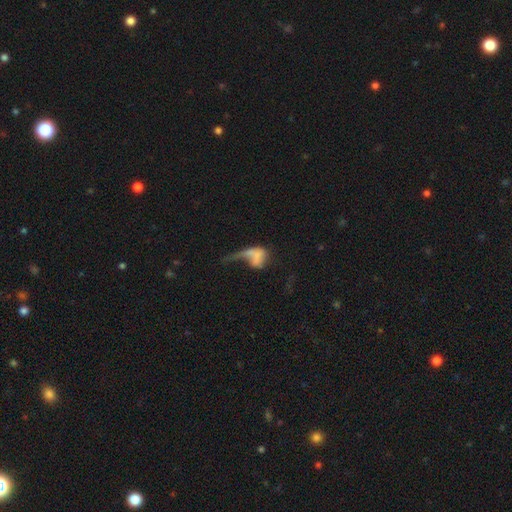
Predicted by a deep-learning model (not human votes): smooth_or_featured: smooth (p=0.51) [alt: featured or disk p=0.38]
how_rounded: in between (p=0.69) [alt: round p=0.25]
merging: major disturbance (p=0.57) [alt: none p=0.16]